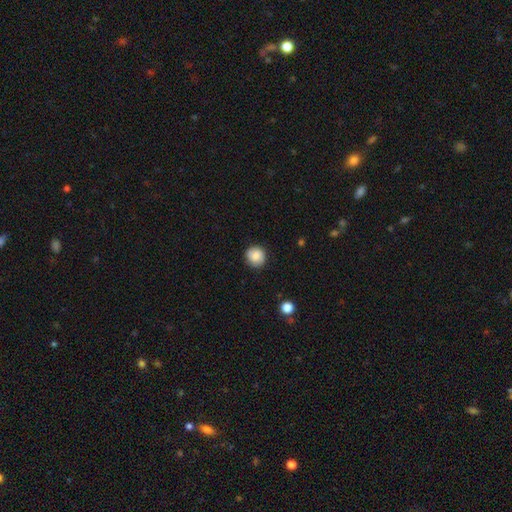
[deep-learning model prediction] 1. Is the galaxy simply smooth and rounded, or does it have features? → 85% smooth, 8% star or artifact, 7% featured or disk.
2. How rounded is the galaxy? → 92% round, 7% in between, 1% cigar-shaped.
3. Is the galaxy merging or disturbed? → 87% none, 9% minor disturbance, 2% major disturbance, 1% merger.